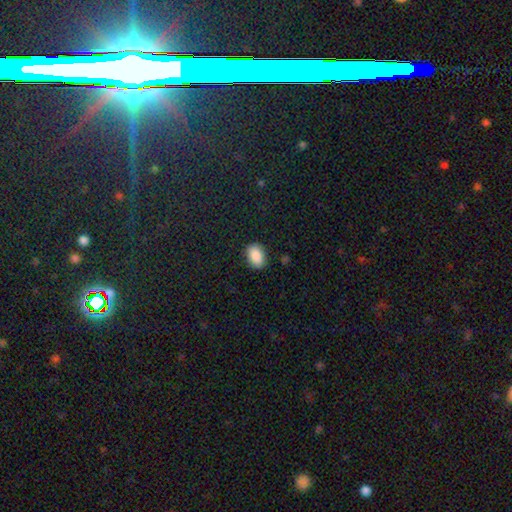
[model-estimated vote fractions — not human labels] Smooth or featured: smooth — 89% (star or artifact — 7%)
How rounded: in between — 85% (round — 14%)
Merging: none — 88% (minor disturbance — 9%)